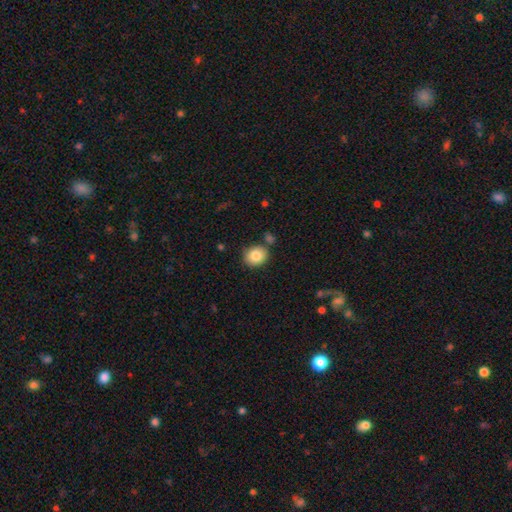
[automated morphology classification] Q: Smooth or featured?
A: smooth (84%); runner-up: star or artifact (9%)
Q: How rounded?
A: round (73%); runner-up: in between (27%)
Q: Merging?
A: none (78%); runner-up: minor disturbance (12%)